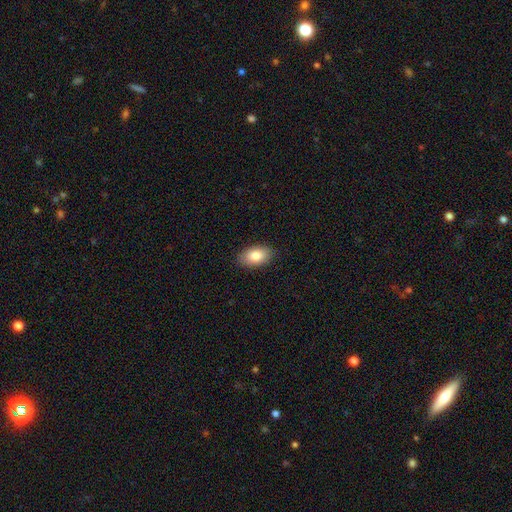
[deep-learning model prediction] A smooth galaxy with no disk features (84%) that is in between round and cigar-shaped (93%).

Vote fractions:
- Smooth or featured? smooth: 84% / featured or disk: 9% / star or artifact: 7%
- How rounded? in between: 93% / round: 5% / cigar-shaped: 2%
- Merging? none: 88% / minor disturbance: 9% / major disturbance: 2% / merger: 1%